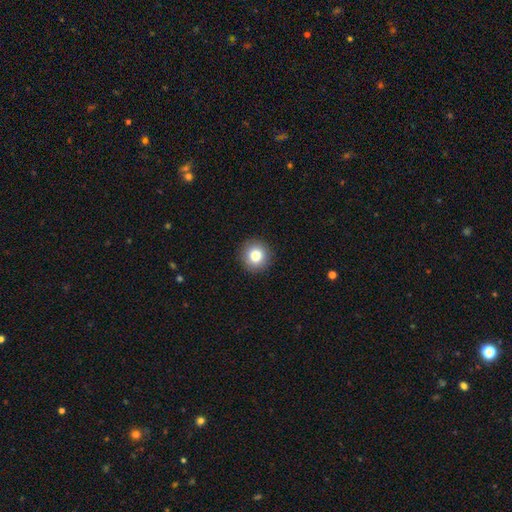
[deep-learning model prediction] Q: Smooth or featured?
A: smooth (84%); runner-up: star or artifact (10%)
Q: How rounded?
A: round (93%); runner-up: in between (6%)
Q: Merging?
A: none (91%); runner-up: minor disturbance (6%)